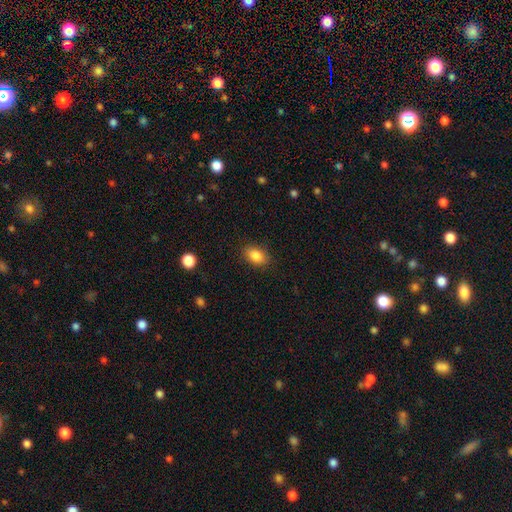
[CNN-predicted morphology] Q: Smooth or featured?
A: smooth (86%); runner-up: star or artifact (9%)
Q: How rounded?
A: in between (83%); runner-up: round (15%)
Q: Merging?
A: none (86%); runner-up: minor disturbance (10%)